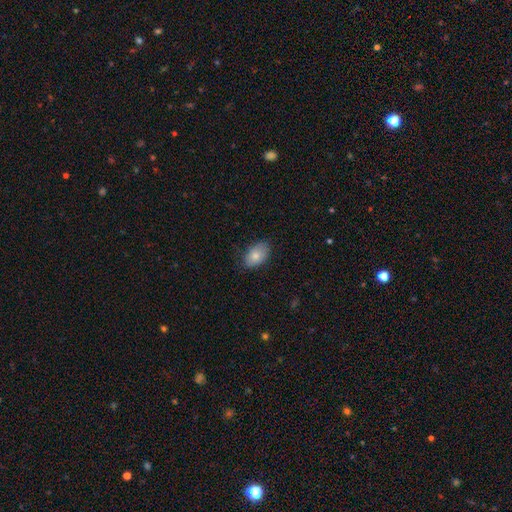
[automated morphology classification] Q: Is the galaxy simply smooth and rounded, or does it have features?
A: smooth — 81%.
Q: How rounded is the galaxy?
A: in between — 90%.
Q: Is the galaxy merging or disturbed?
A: none — 79%.